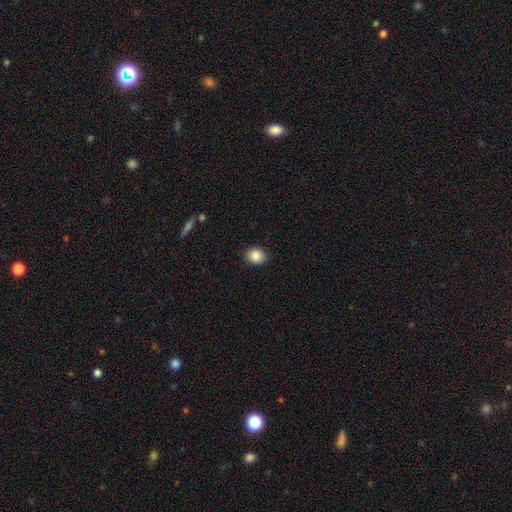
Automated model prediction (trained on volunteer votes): smooth_or_featured: smooth (p=0.88) [alt: star or artifact p=0.08]
how_rounded: round (p=0.62) [alt: in between p=0.37]
merging: none (p=0.88) [alt: minor disturbance p=0.09]